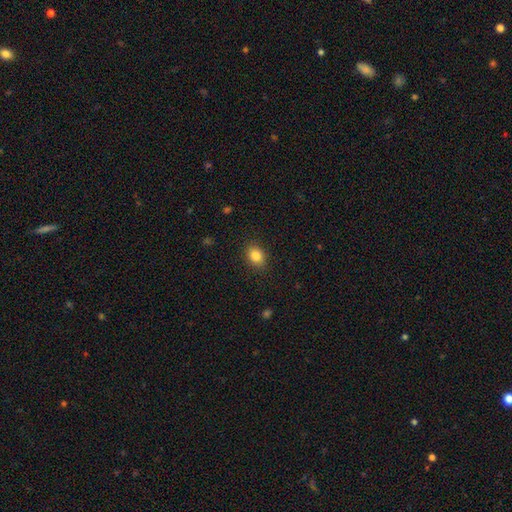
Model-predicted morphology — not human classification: A smooth galaxy with no disk features (85%) that is in between round and cigar-shaped (60%). Merging: none (88%).